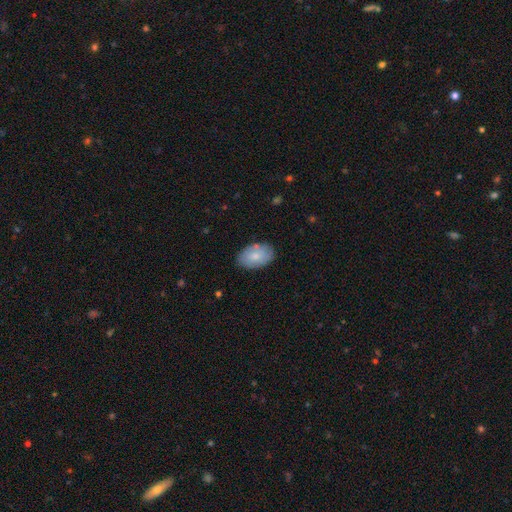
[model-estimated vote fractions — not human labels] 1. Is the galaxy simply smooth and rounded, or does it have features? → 78% smooth, 16% featured or disk, 6% star or artifact.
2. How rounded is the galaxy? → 91% in between, 8% round, 1% cigar-shaped.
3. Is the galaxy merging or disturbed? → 82% none, 13% minor disturbance, 3% major disturbance, 2% merger.